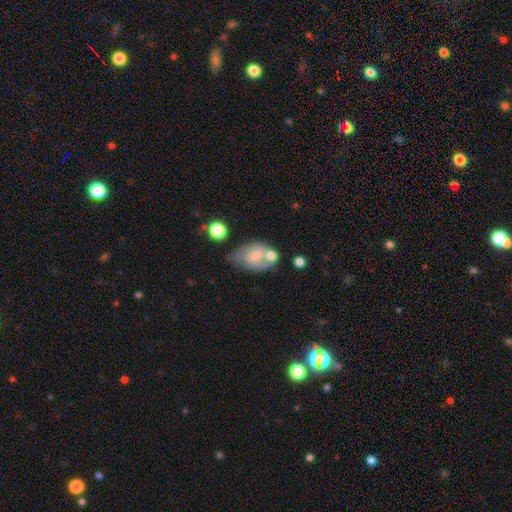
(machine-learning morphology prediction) This appears to be a featured or disk galaxy (48%). Merging: none (38%).